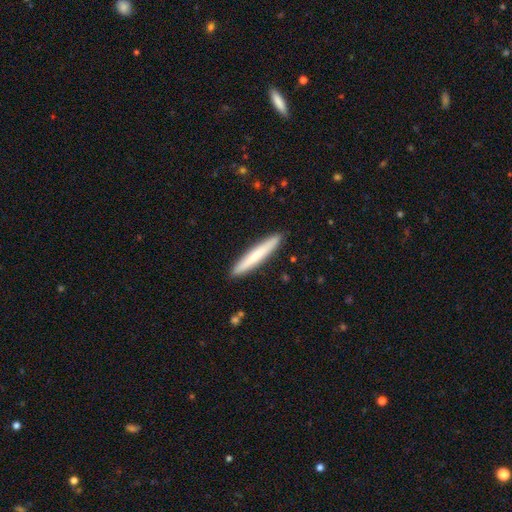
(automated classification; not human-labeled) smooth-or-featured: smooth: 67% | featured or disk: 28% | star or artifact: 5%
  how-rounded: cigar-shaped: 95% | in between: 3% | round: 1%
  merging: none: 91% | minor disturbance: 7% | major disturbance: 1% | merger: 1%